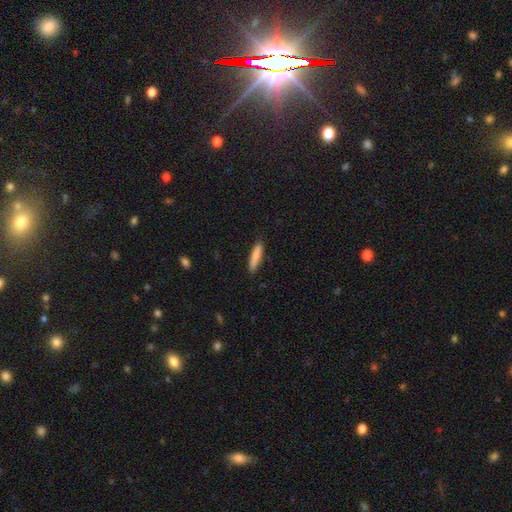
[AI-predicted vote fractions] Smooth or featured: smooth — 83% (featured or disk — 11%)
How rounded: cigar-shaped — 85% (in between — 13%)
Merging: none — 86% (minor disturbance — 10%)